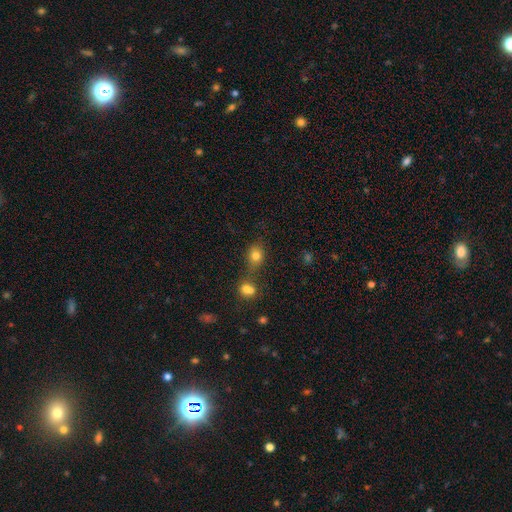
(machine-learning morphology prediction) smooth 78%, star or artifact 13%, featured or disk 9%. Down the decision tree: how rounded — round (55%); merging — none (57%).